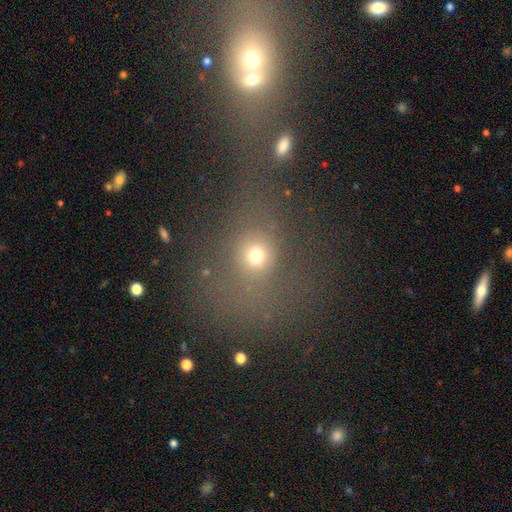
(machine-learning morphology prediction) This appears to be a smooth galaxy with no disk features (64%) that is round (58%). Merging: none (57%).